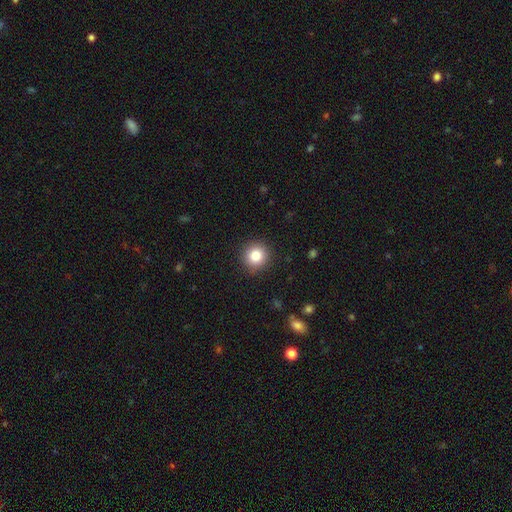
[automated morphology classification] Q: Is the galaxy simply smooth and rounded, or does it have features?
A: smooth — 83%.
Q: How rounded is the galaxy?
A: round — 93%.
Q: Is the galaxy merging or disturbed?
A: none — 90%.